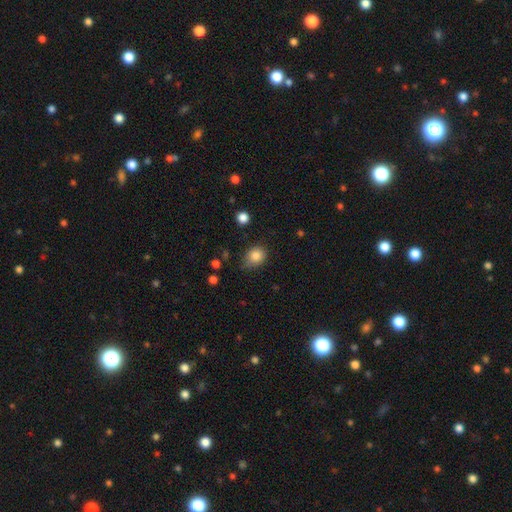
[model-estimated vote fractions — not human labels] smooth-or-featured: smooth: 84% | star or artifact: 10% | featured or disk: 6%
  how-rounded: round: 58% | in between: 41% | cigar-shaped: 1%
  merging: none: 67% | minor disturbance: 25% | major disturbance: 5% | merger: 2%